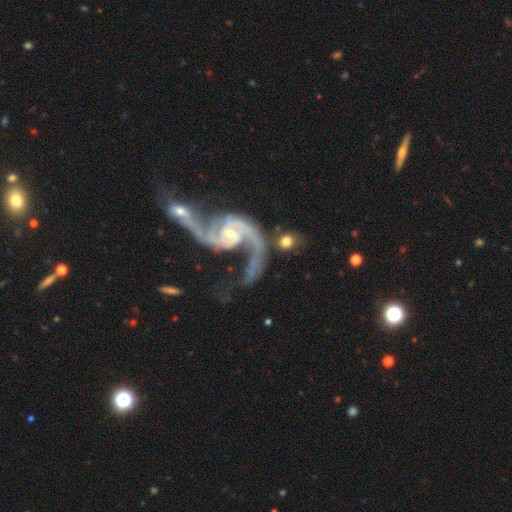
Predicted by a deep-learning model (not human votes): The model was most divided on "bar": no: 48%, weak: 38%, strong: 14%. Remaining: spiral arms — yes (97%); edge-on disk — no (97%); smooth or featured — featured or disk (92%); spiral arm count — 2 (92%); bulge size — small (61%); spiral winding — loose (57%); merging — merger (47%).